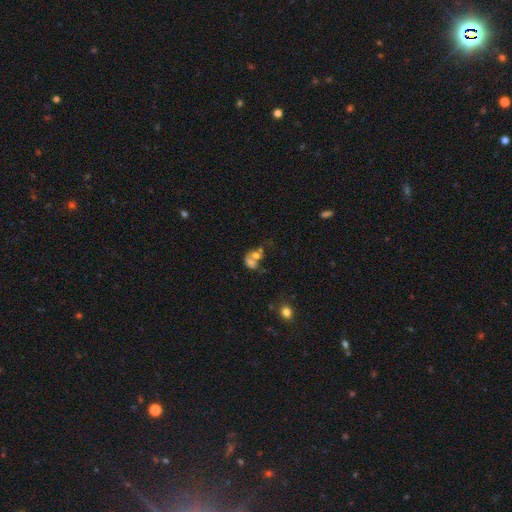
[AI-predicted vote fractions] Q: Smooth or featured?
A: smooth (59%); runner-up: featured or disk (27%)
Q: How rounded?
A: in between (63%); runner-up: round (35%)
Q: Merging?
A: merger (60%); runner-up: none (19%)